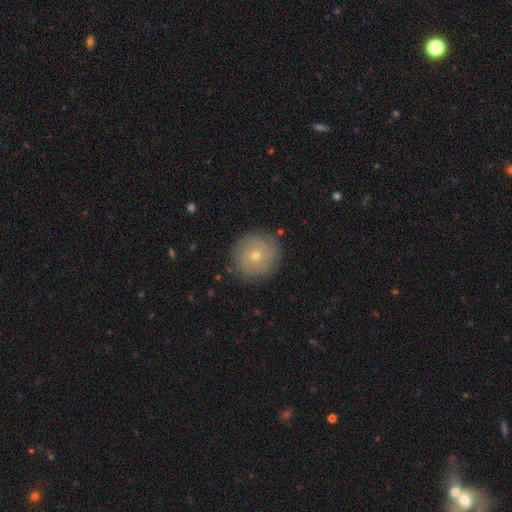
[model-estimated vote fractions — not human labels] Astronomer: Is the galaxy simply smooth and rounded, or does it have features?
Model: smooth — 47% (runner-up: featured or disk, 41%).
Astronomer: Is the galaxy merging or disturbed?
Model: none — 88%.